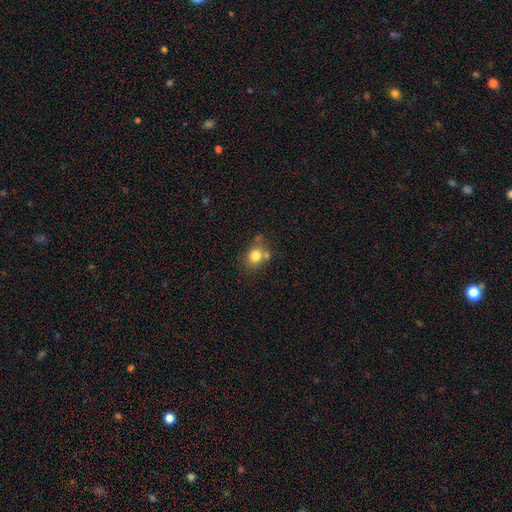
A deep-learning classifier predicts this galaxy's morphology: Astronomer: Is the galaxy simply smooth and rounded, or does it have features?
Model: smooth — 79%.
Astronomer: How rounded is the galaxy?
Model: round — 67%.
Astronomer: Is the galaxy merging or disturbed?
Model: none — 57%.